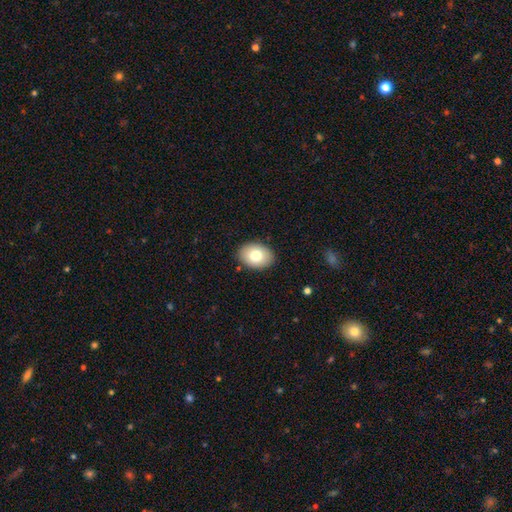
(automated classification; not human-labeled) Smooth or featured?
  - smooth: 78% *
  - featured or disk: 14%
  - star or artifact: 8%
How rounded?
  - in between: 77% *
  - round: 22%
  - cigar-shaped: 1%
Merging?
  - none: 89% *
  - minor disturbance: 8%
  - major disturbance: 2%
  - merger: 1%